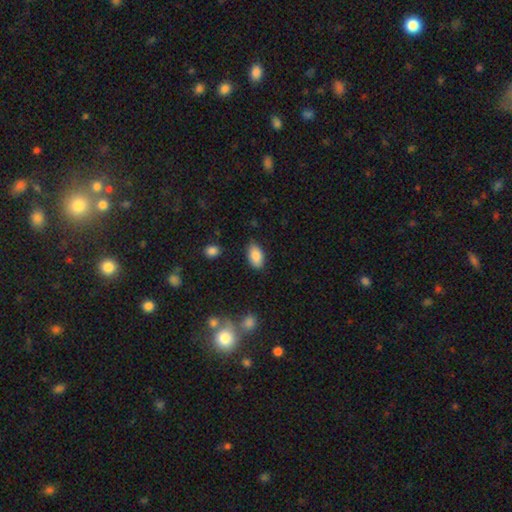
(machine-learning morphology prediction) Smooth or featured: smooth — 86% (star or artifact — 8%)
How rounded: in between — 93% (round — 5%)
Merging: none — 82% (minor disturbance — 13%)